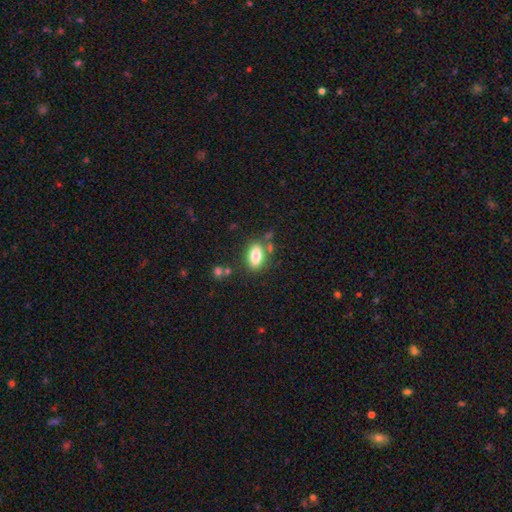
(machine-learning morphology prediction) Smooth or featured? smooth (81%)
How rounded? in between (89%)
Merging? none (73%)